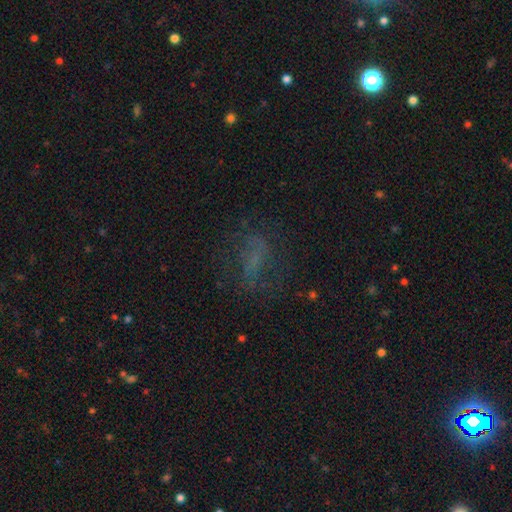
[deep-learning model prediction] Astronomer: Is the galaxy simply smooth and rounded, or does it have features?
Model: smooth — 37% (runner-up: featured or disk, 36%).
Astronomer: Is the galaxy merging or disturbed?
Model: none — 62%.